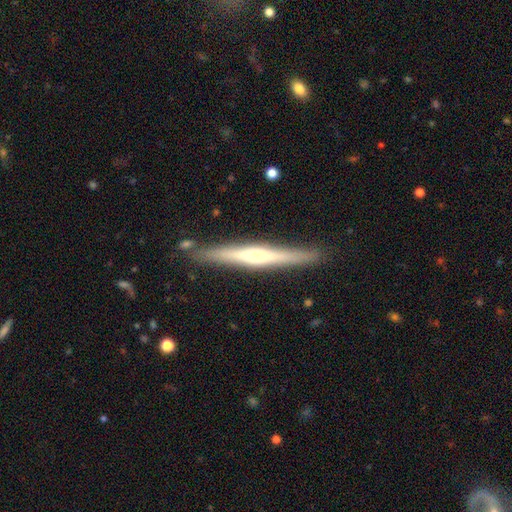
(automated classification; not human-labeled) featured or disk 69%, smooth 25%, star or artifact 5%. Down the decision tree: edge-on disk — yes (97%); edge-on bulge — rounded (79%); merging — none (88%).